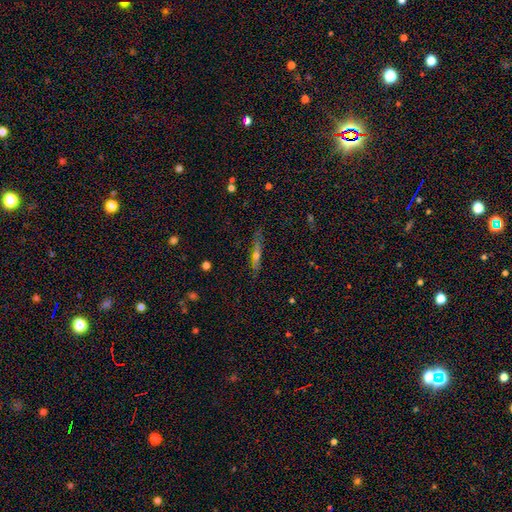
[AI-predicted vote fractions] Smooth or featured? featured or disk (57%)
Edge-on disk? yes (92%)
Edge-on bulge? rounded (75%)
Merging? none (82%)